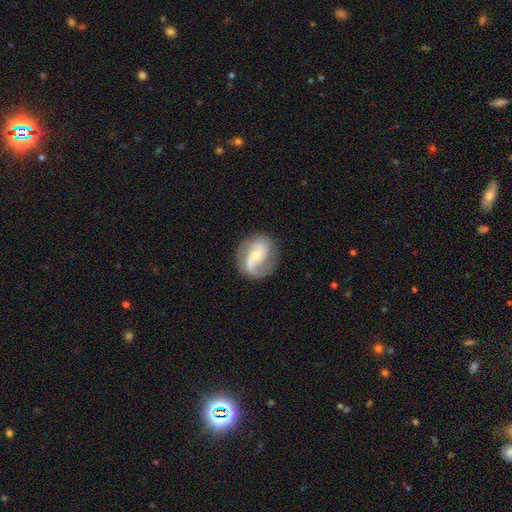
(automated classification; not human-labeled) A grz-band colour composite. It shows a featured or disk galaxy (80%) with no bar (43%), 2 (82%) medium (43%) spiral arms (94%) and a moderate central bulge (49%). Merging: none (78%).